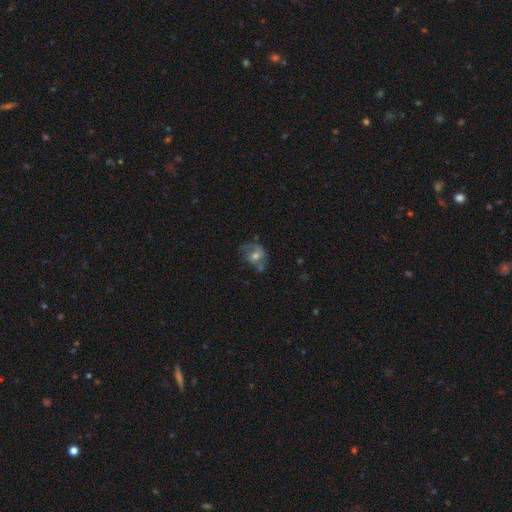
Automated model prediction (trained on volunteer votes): A featured or disk galaxy (55%) with no bar (58%), spiral arms (69%) and a moderate central bulge (60%).

Vote fractions:
- Smooth or featured? featured or disk: 55% / smooth: 33% / star or artifact: 12%
- Edge-on disk? no: 96% / yes: 4%
- Bar? no: 58% / weak: 33% / strong: 9%
- Spiral arms? yes: 69% / no: 31%
- Bulge size? moderate: 60% / small: 30% / large: 6% / none: 3% / dominant: 1%
- Merging? none: 50% / minor disturbance: 25% / major disturbance: 19% / merger: 7%